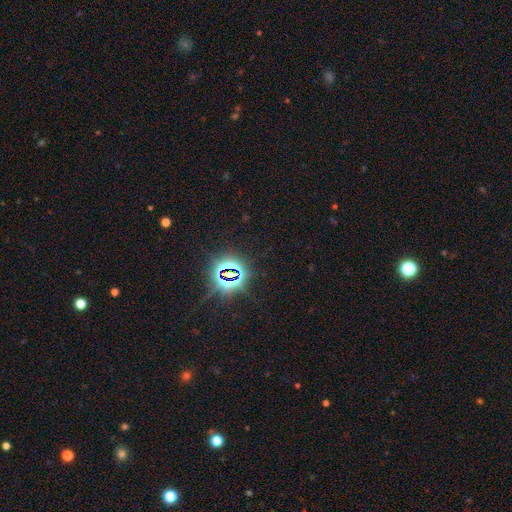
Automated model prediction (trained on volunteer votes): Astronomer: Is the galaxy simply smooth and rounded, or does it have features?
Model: star or artifact — 82%.